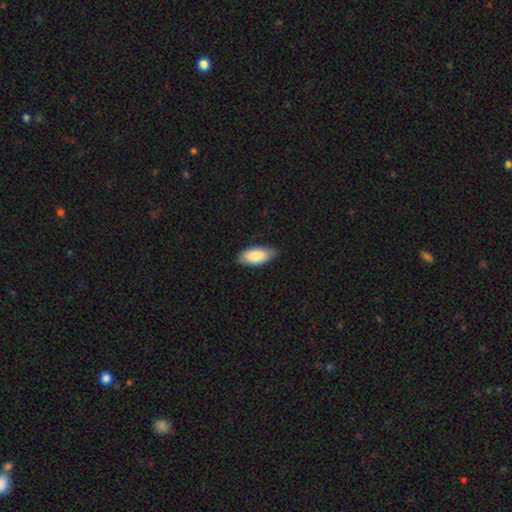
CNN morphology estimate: This appears to be a smooth galaxy with no disk features (86%) that is in between round and cigar-shaped (91%). Merging: none (79%).